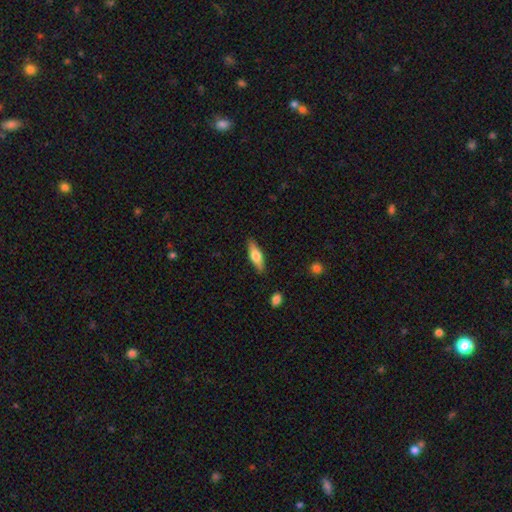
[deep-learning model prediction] Smooth or featured: smooth — 63% (featured or disk — 31%)
How rounded: in between — 50% (cigar-shaped — 48%)
Merging: none — 87% (minor disturbance — 10%)